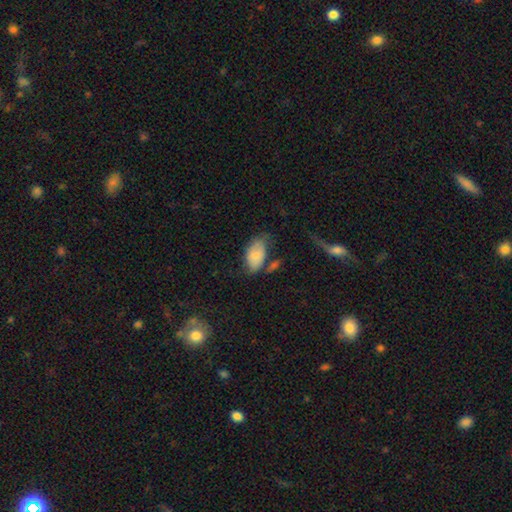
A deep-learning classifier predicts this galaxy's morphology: Smooth or featured? smooth (79%)
How rounded? in between (94%)
Merging? none (46%)